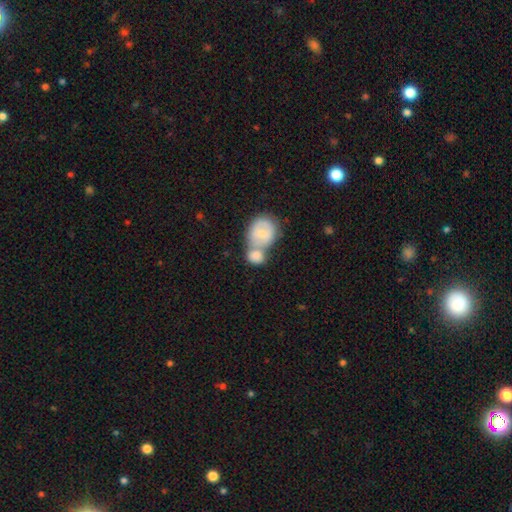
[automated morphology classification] smooth_or_featured: smooth (p=0.67) [alt: featured or disk p=0.26]
how_rounded: round (p=0.58) [alt: in between p=0.41]
merging: merger (p=0.65) [alt: none p=0.22]